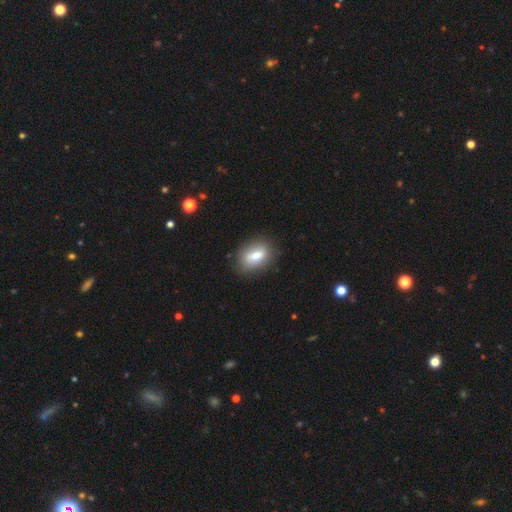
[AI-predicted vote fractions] This appears to be a smooth galaxy with no disk features (69%) that is in between round and cigar-shaped (78%). Merging: none (82%).